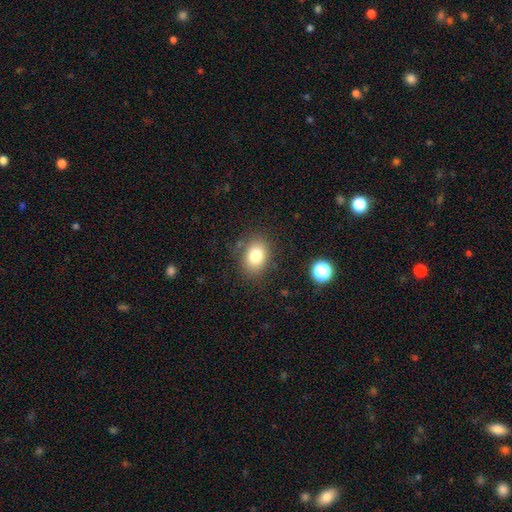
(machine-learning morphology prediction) Smooth or featured?
  - smooth: 80% *
  - star or artifact: 11%
  - featured or disk: 9%
How rounded?
  - in between: 63% *
  - round: 36%
  - cigar-shaped: 1%
Merging?
  - none: 82% *
  - minor disturbance: 12%
  - major disturbance: 4%
  - merger: 2%